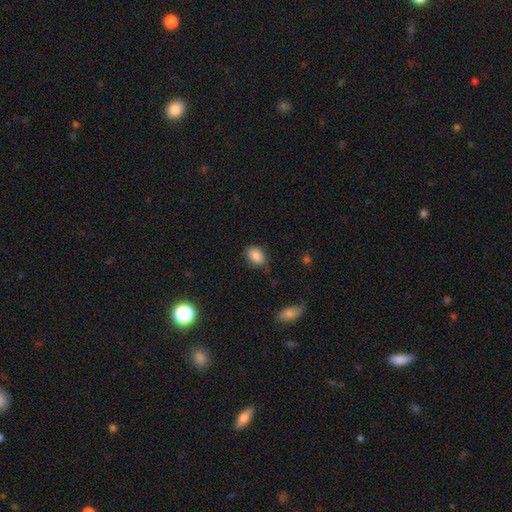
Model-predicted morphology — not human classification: Q: Smooth or featured?
A: smooth (85%); runner-up: star or artifact (9%)
Q: How rounded?
A: in between (79%); runner-up: round (20%)
Q: Merging?
A: none (71%); runner-up: minor disturbance (23%)